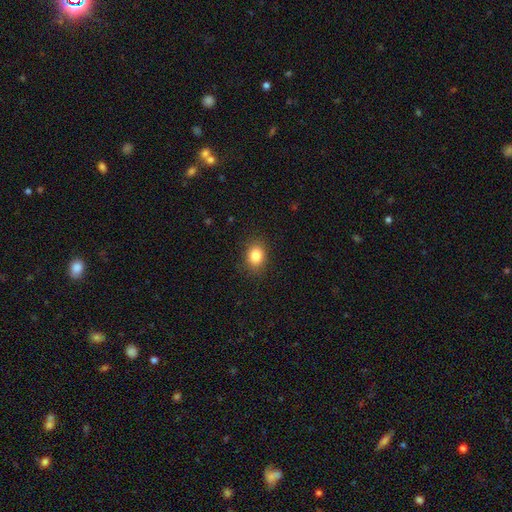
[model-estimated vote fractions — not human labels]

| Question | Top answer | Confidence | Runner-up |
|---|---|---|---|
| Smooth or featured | smooth | 84% | star or artifact (10%) |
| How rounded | in between | 55% | round (44%) |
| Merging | none | 87% | minor disturbance (10%) |